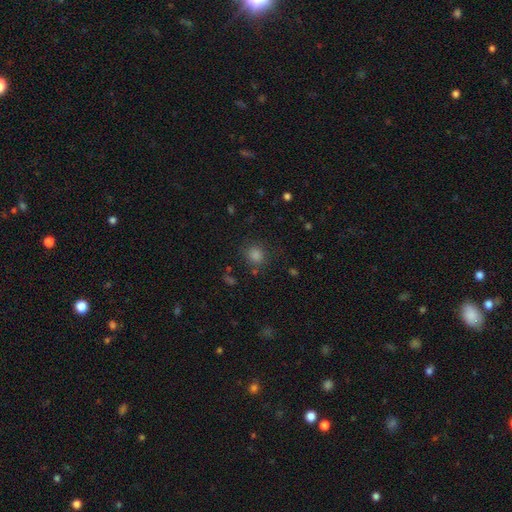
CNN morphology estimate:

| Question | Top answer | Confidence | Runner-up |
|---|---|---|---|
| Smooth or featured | smooth | 77% | star or artifact (19%) |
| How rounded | round | 85% | in between (14%) |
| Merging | none | 83% | minor disturbance (10%) |